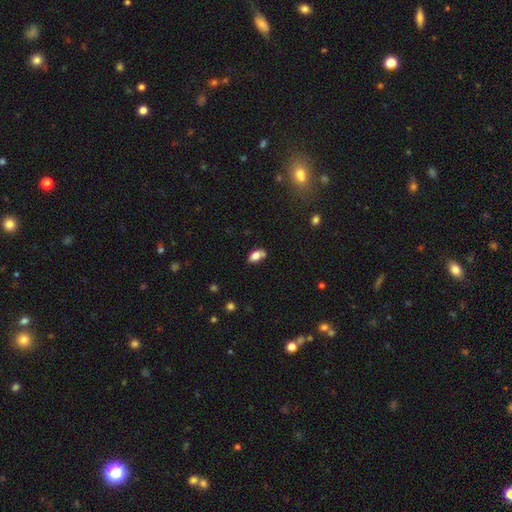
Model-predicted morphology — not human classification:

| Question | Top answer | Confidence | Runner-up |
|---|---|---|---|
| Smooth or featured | smooth | 78% | featured or disk (13%) |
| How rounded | in between | 90% | round (6%) |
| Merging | none | 61% | minor disturbance (24%) |